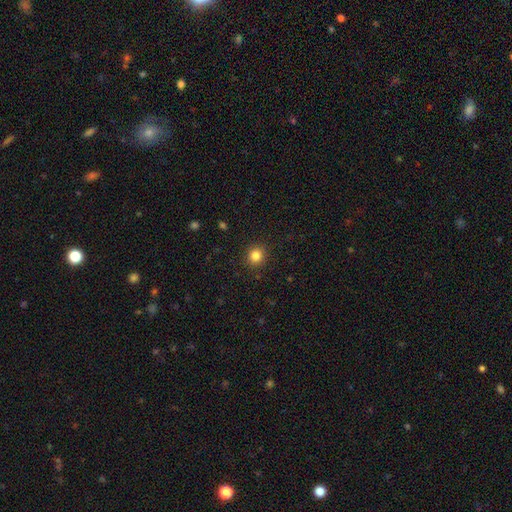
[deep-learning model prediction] Q: Smooth or featured?
A: smooth (83%); runner-up: star or artifact (12%)
Q: How rounded?
A: round (89%); runner-up: in between (10%)
Q: Merging?
A: none (91%); runner-up: minor disturbance (6%)